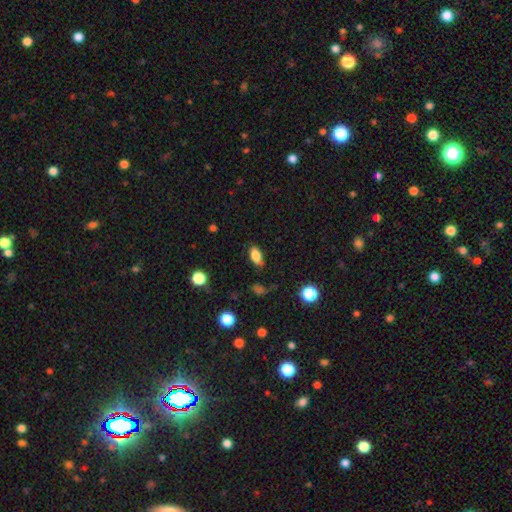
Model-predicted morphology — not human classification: Overall: smooth (82%). How rounded: in between (89%). Merging: none (79%).